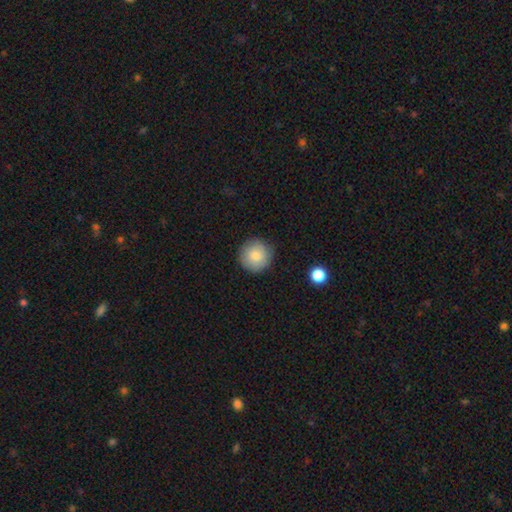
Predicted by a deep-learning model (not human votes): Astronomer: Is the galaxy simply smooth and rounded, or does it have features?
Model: smooth — 84%.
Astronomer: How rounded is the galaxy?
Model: round — 95%.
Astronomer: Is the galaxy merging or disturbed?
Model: none — 89%.